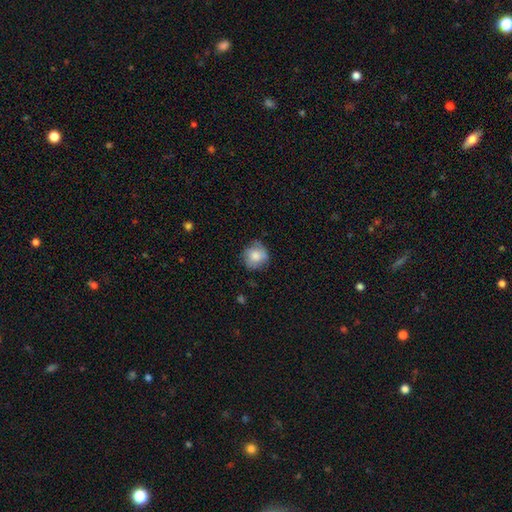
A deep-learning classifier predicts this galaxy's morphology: Smooth or featured? smooth (76%)
How rounded? round (87%)
Merging? none (71%)